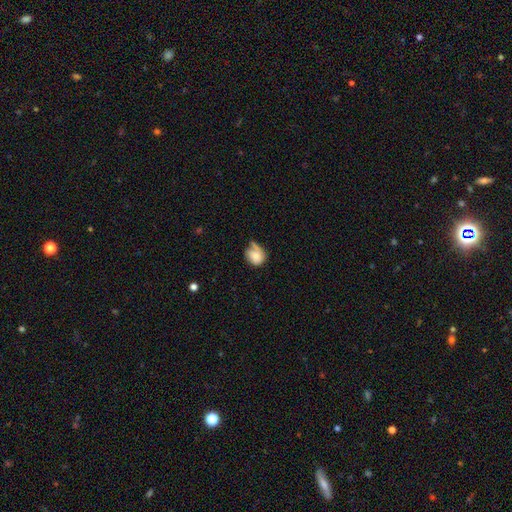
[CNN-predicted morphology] Q: Smooth or featured?
A: smooth (67%); runner-up: featured or disk (24%)
Q: How rounded?
A: round (60%); runner-up: in between (39%)
Q: Merging?
A: none (37%); runner-up: minor disturbance (30%)